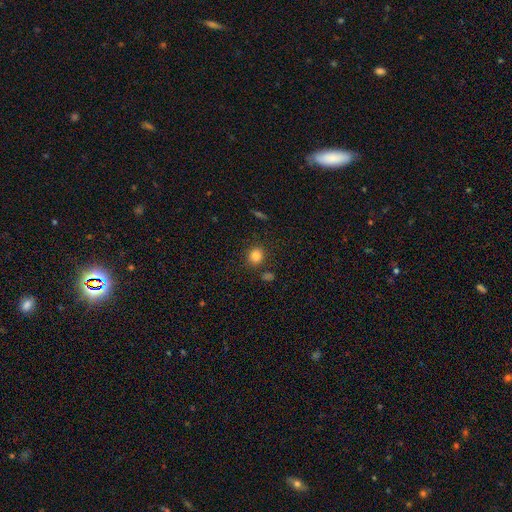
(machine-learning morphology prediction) The model was most divided on "how rounded": round: 79%, in between: 20%, cigar-shaped: 1%. More confident: smooth or featured — smooth (85%); merging — none (83%).